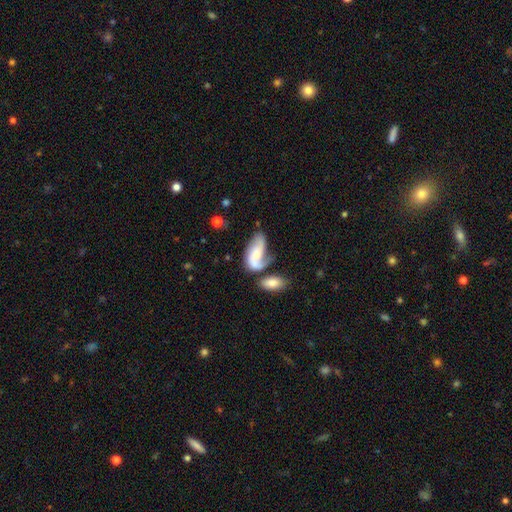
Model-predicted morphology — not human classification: Overall: featured or disk (53%; smooth 41%). Edge-on disk: no (94%). Merging: merger (38%; none 25%).